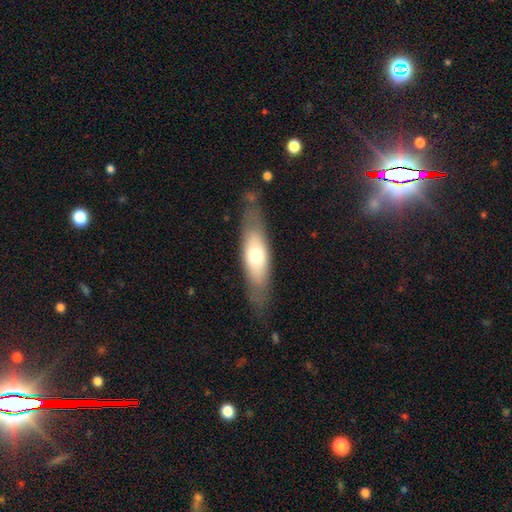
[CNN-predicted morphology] Q: Smooth or featured?
A: smooth (57%); runner-up: featured or disk (36%)
Q: How rounded?
A: in between (49%); runner-up: cigar-shaped (48%)
Q: Merging?
A: none (74%); runner-up: minor disturbance (17%)